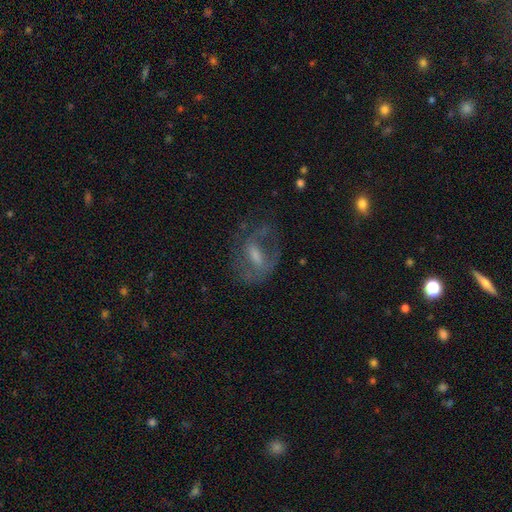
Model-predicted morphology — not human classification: type=featured or disk (64%); edge-on=no (94%); bar=weak (45%); spiral arms=yes (62%); bulge=moderate (38%); merging=none (50%).